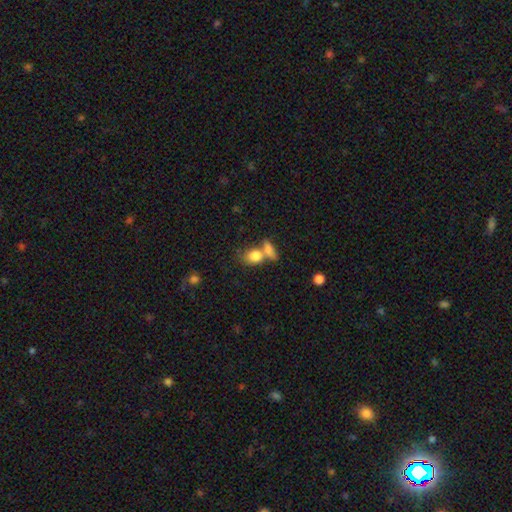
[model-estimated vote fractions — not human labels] Q: Smooth or featured?
A: smooth (81%); runner-up: featured or disk (11%)
Q: How rounded?
A: in between (64%); runner-up: round (32%)
Q: Merging?
A: merger (53%); runner-up: none (32%)